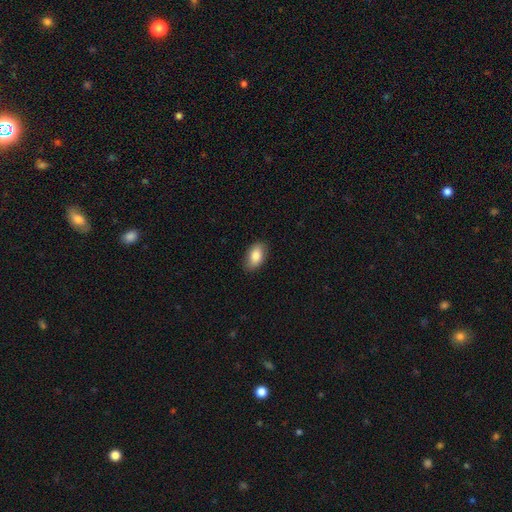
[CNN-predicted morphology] Smooth or featured?
  - smooth: 85% *
  - featured or disk: 8%
  - star or artifact: 7%
How rounded?
  - in between: 92% *
  - round: 6%
  - cigar-shaped: 2%
Merging?
  - none: 87% *
  - minor disturbance: 10%
  - major disturbance: 2%
  - merger: 1%